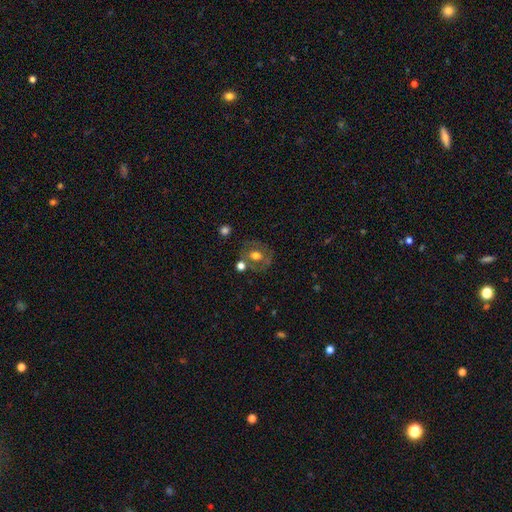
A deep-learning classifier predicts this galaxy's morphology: Smooth or featured?
  - smooth: 48% *
  - featured or disk: 42%
  - star or artifact: 9%
Merging?
  - none: 65% *
  - minor disturbance: 15%
  - merger: 12%
  - major disturbance: 7%